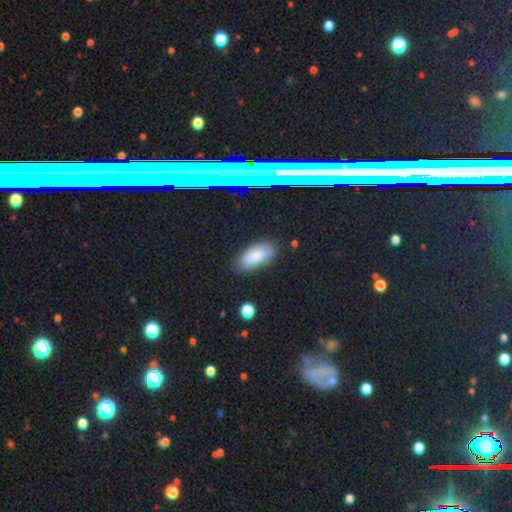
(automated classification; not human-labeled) A smooth galaxy with no disk features (78%) that is in between round and cigar-shaped (90%). Merging: none (77%).